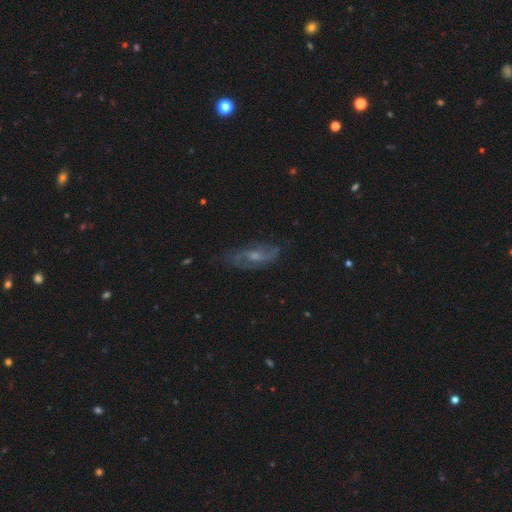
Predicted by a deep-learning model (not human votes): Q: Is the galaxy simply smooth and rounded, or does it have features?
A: featured or disk — 70%.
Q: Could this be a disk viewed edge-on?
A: no — 87%.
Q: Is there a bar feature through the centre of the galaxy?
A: no — 50%.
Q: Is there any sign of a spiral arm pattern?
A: yes — 87%.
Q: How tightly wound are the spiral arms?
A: medium — 43%.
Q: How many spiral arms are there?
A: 2 — 70%.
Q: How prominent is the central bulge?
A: moderate — 49%.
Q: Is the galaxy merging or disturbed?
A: none — 72%.